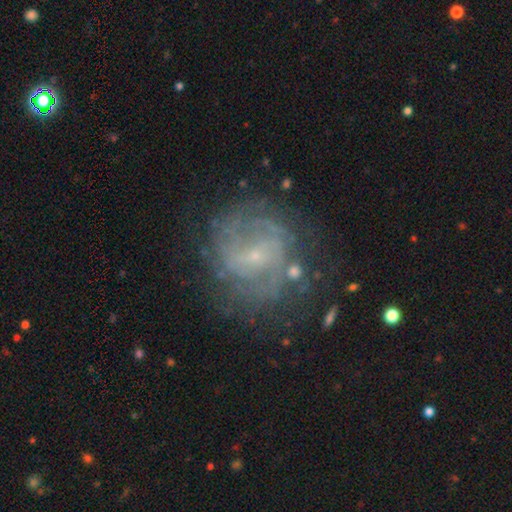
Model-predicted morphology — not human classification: This appears to be a featured or disk galaxy (73%) with no bar (46%), tight (49%) spiral arms (75%) and a small central bulge (80%). Merging: none (66%).